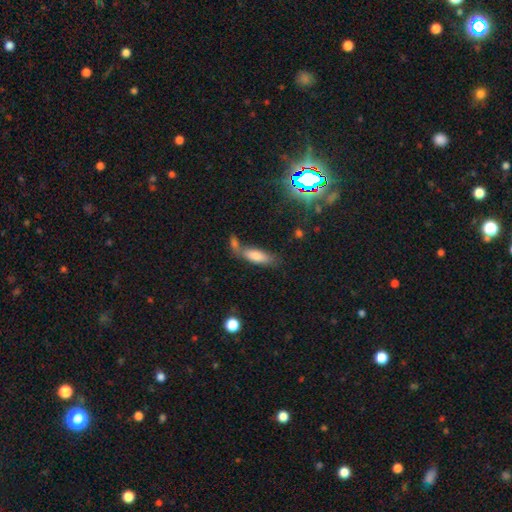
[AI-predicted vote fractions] A smooth galaxy with no disk features (75%) that is in between round and cigar-shaped (61%).

Vote fractions:
- Smooth or featured? smooth: 75% / featured or disk: 14% / star or artifact: 11%
- How rounded? in between: 61% / cigar-shaped: 36% / round: 3%
- Merging? none: 41% / merger: 37% / minor disturbance: 15% / major disturbance: 7%